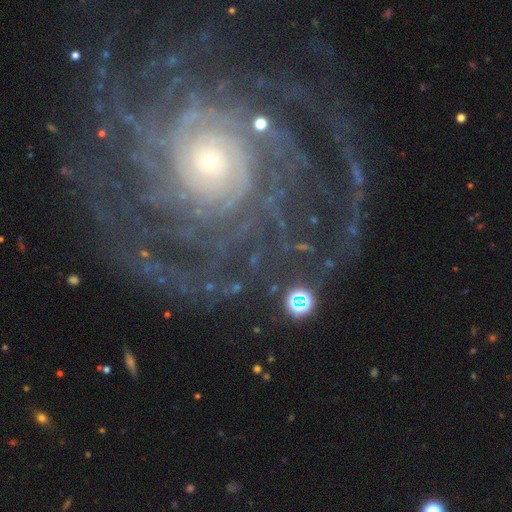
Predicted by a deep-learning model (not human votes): This appears to be a featured or disk galaxy (89%) with no bar (81%), can't tell (23%, tied with more than 4) tight (71%) spiral arms (98%) and a small central bulge (51%). Merging: none (73%).